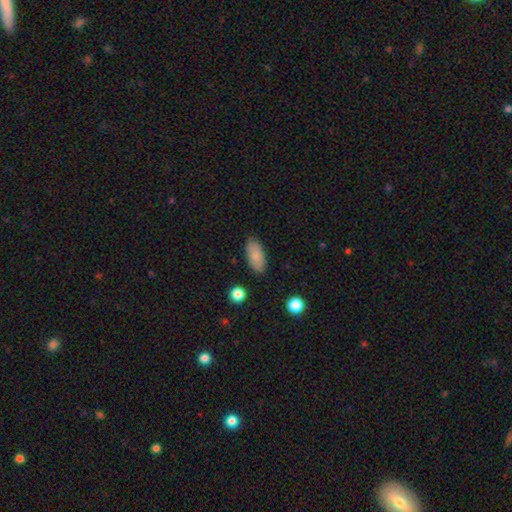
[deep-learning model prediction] Q: Smooth or featured?
A: smooth (85%); runner-up: featured or disk (8%)
Q: How rounded?
A: in between (90%); runner-up: cigar-shaped (7%)
Q: Merging?
A: none (84%); runner-up: minor disturbance (12%)